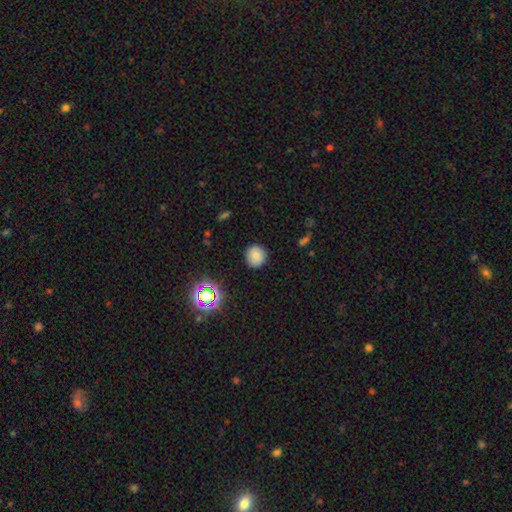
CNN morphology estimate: Overall: smooth (76%). How rounded: round (90%). Merging: none (87%).